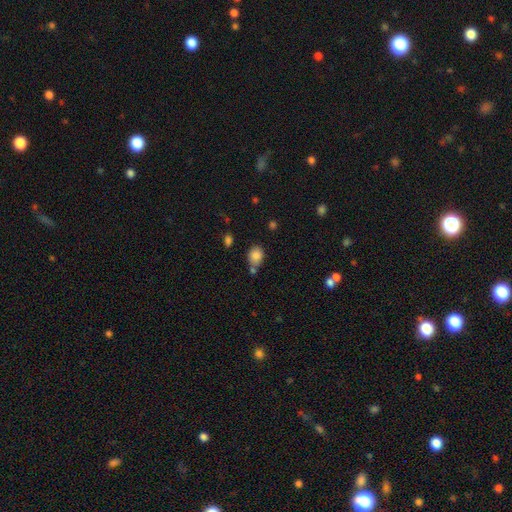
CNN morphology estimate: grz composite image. It shows a smooth galaxy with no disk features (85%) that is in between round and cigar-shaped (55%). Merging: none (57%).